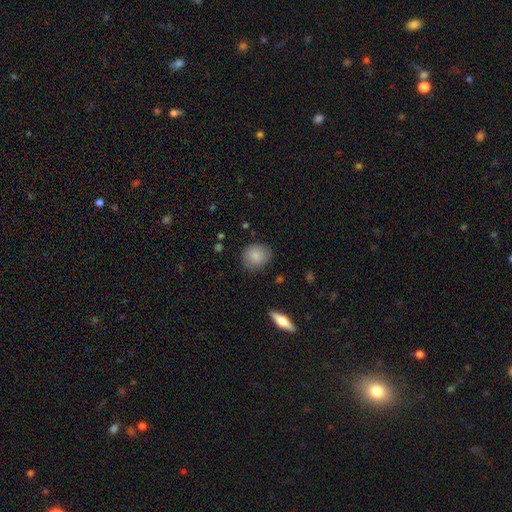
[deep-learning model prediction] smooth 86%, star or artifact 7%, featured or disk 7%. Down the decision tree: how rounded — round (73%); merging — none (82%).